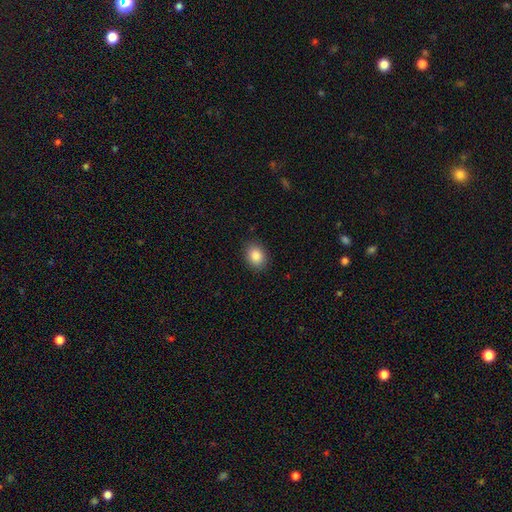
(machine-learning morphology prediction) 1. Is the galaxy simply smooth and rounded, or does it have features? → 86% smooth, 9% star or artifact, 5% featured or disk.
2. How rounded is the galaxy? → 58% in between, 41% round, 1% cigar-shaped.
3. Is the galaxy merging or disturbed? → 88% none, 8% minor disturbance, 2% major disturbance, 1% merger.